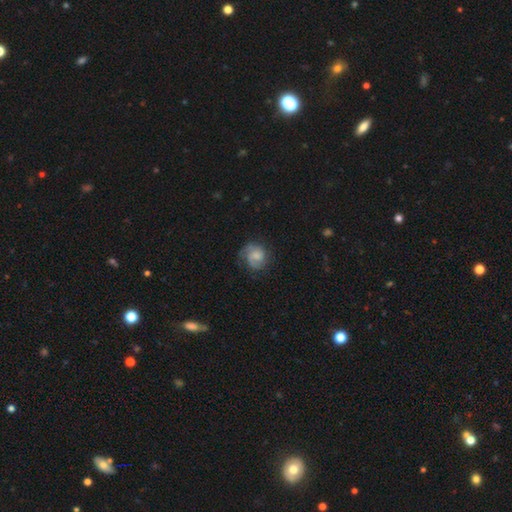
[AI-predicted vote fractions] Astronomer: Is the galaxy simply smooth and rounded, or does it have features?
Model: featured or disk — 59% (runner-up: smooth, 34%).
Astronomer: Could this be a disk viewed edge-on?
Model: no — 98%.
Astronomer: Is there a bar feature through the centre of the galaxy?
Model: no — 65%.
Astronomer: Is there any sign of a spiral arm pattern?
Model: yes — 90%.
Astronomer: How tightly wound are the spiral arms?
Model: tight — 41%, tied with medium at 41%.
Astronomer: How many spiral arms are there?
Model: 2 — 51%.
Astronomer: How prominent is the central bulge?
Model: small — 38% (runner-up: moderate, 31%).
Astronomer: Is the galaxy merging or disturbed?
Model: none — 64%.